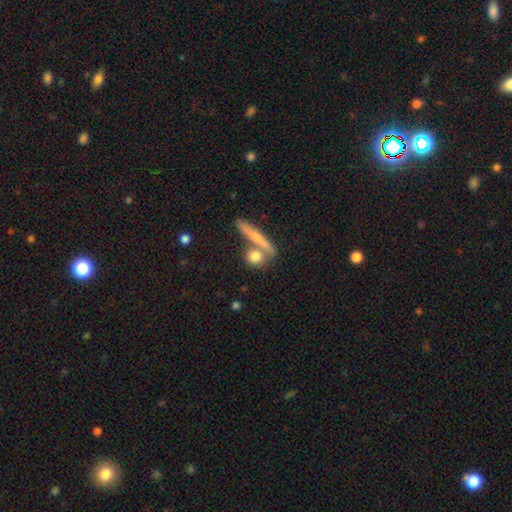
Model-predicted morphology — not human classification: Q: Smooth or featured?
A: smooth (71%); runner-up: featured or disk (21%)
Q: How rounded?
A: round (54%); runner-up: cigar-shaped (27%)
Q: Merging?
A: none (61%); runner-up: merger (25%)